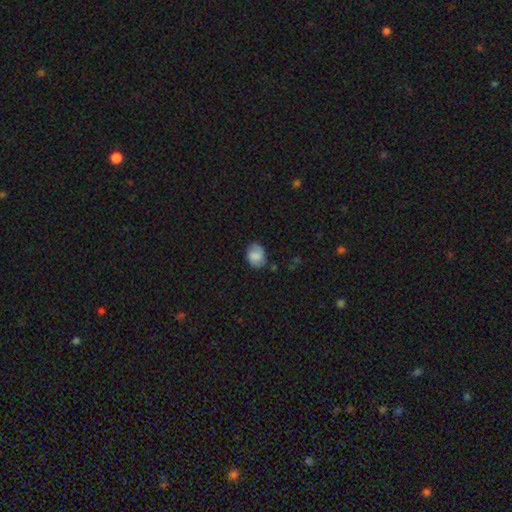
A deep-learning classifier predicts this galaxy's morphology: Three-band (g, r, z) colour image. It shows a smooth galaxy with no disk features (79%) that is in between round and cigar-shaped (56%). Merging: none (74%).